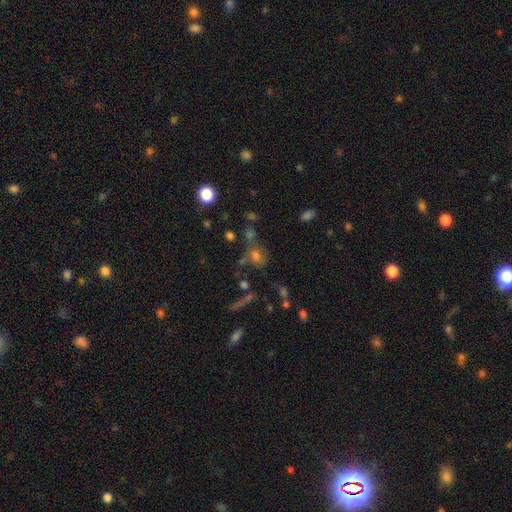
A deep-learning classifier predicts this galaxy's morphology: Q: Smooth or featured?
A: smooth (66%); runner-up: star or artifact (20%)
Q: How rounded?
A: round (61%); runner-up: in between (37%)
Q: Merging?
A: none (52%); runner-up: merger (21%)